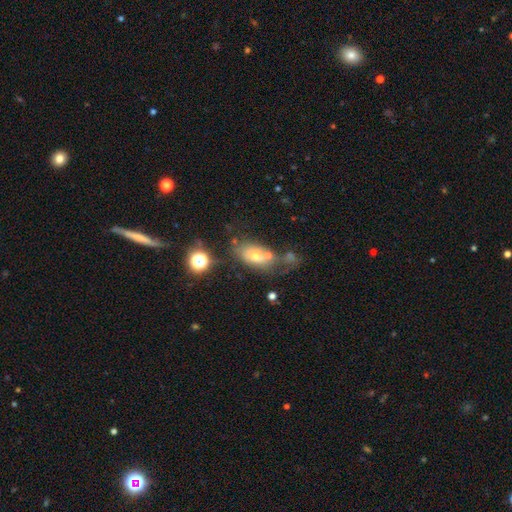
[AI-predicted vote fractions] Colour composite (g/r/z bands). It shows a smooth galaxy with no disk features (63%) that is in between round and cigar-shaped (80%). Merging: none (43%).